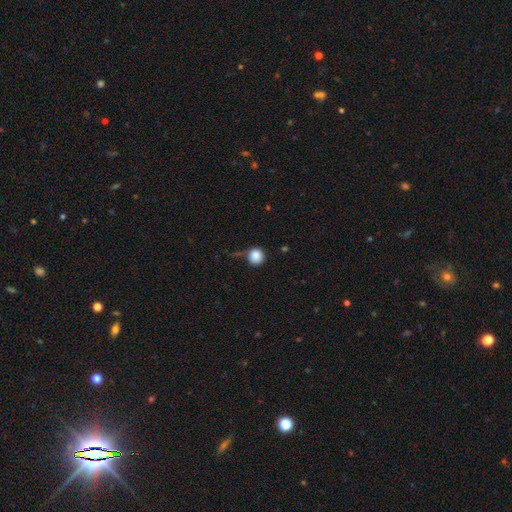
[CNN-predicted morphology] Smooth or featured? smooth (87%)
How rounded? round (94%)
Merging? none (72%)